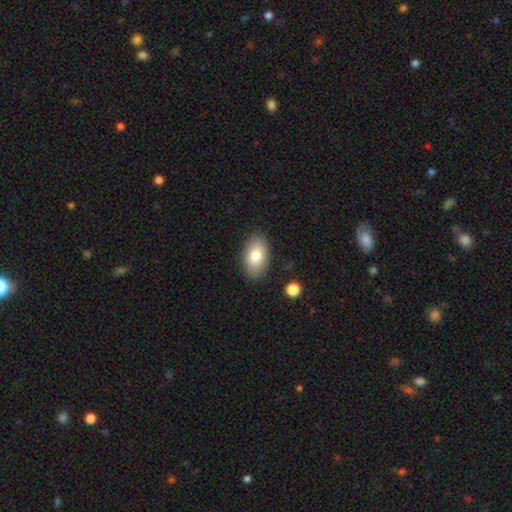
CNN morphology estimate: type=smooth (78%); roundness=in between (92%); merging=none (86%).